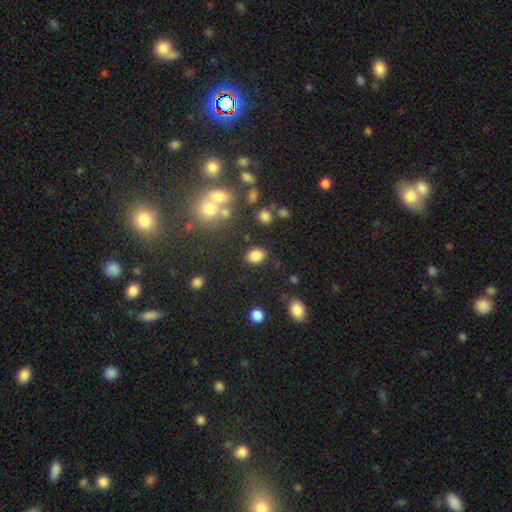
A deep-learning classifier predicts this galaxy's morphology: Smooth or featured? Predicted: smooth (p=0.83). How rounded? Predicted: in between (p=0.62). Merging? Predicted: none (p=0.82).